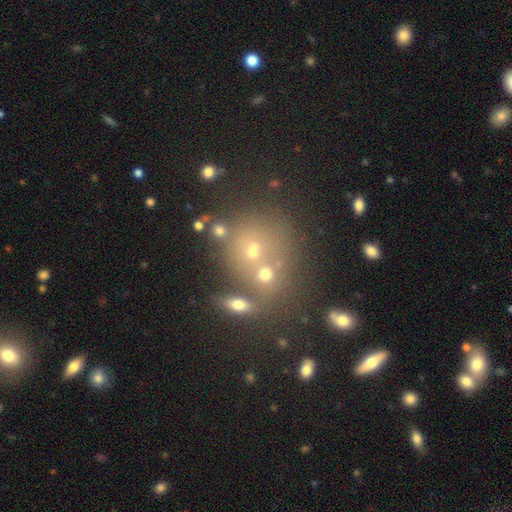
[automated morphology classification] Smooth or featured: smooth — 47% (star or artifact — 35%)
Merging: none — 53% (merger — 33%)